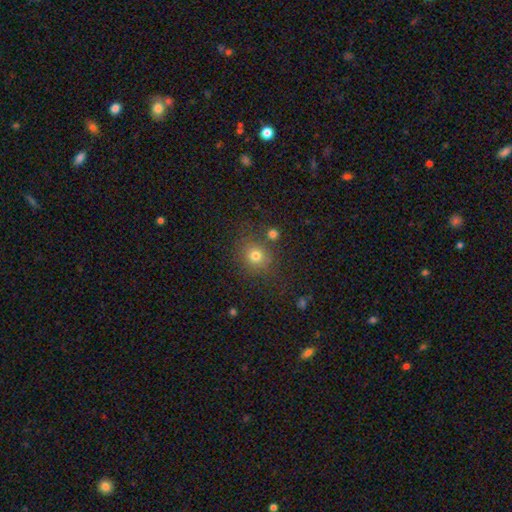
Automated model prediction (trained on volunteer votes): Smooth or featured: smooth — 76% (star or artifact — 15%)
How rounded: round — 85% (in between — 14%)
Merging: none — 74% (minor disturbance — 12%)